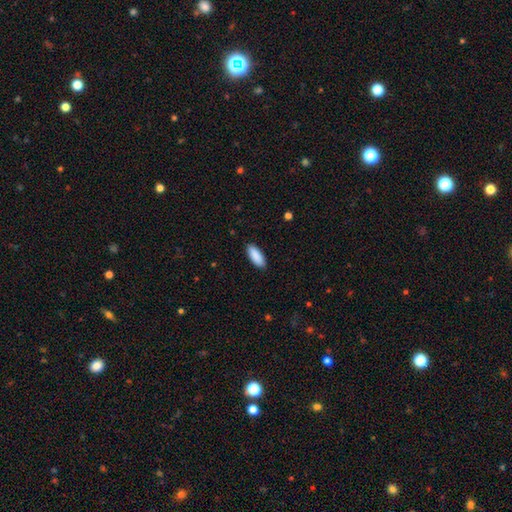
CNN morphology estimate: smooth 91%, star or artifact 5%, featured or disk 3%. Down the decision tree: how rounded — in between (81%); merging — none (90%).